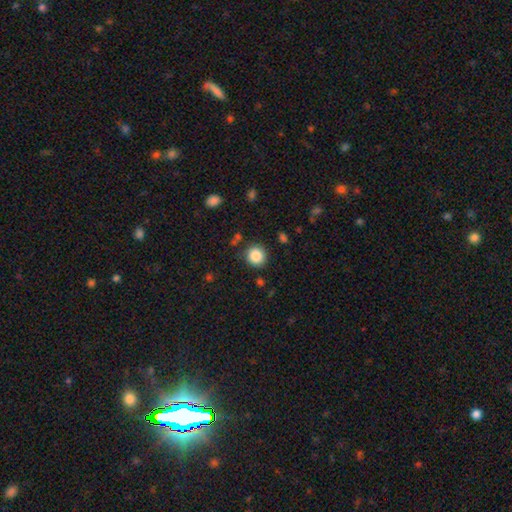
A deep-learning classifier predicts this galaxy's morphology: This appears to be a smooth galaxy with no disk features (86%) that is round (91%). Merging: none (86%).